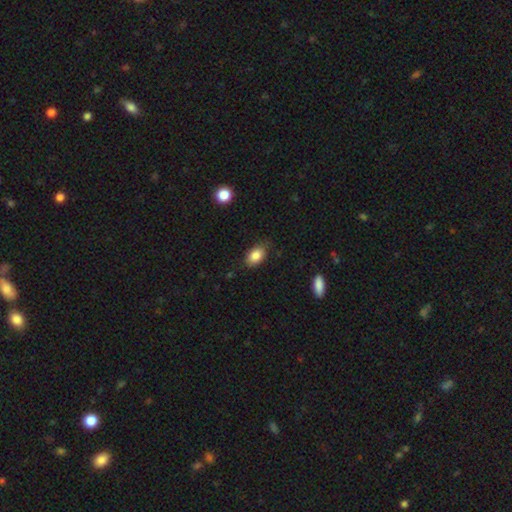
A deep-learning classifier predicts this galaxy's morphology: The model was most divided on "merging": none: 79%, minor disturbance: 16%, major disturbance: 3%, merger: 1%. More confident: how rounded — in between (88%); smooth or featured — smooth (86%).